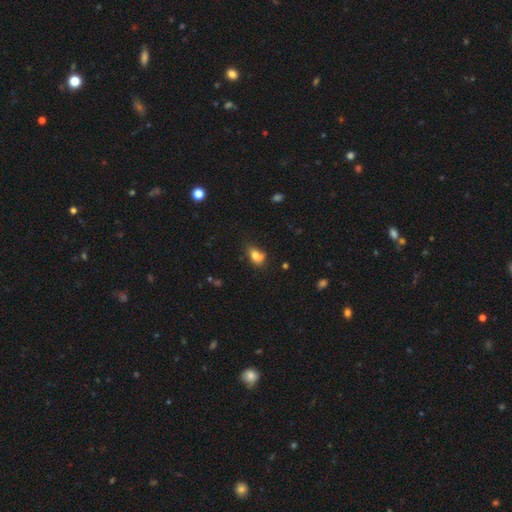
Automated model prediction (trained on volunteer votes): Overall: smooth (74%). How rounded: in between (75%). Merging: none (39%; minor disturbance 29%).